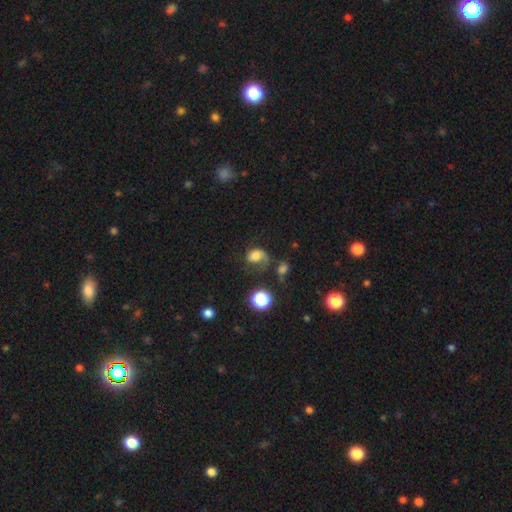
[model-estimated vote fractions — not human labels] A smooth galaxy with no disk features (51%) that is in between round and cigar-shaped (61%).

Vote fractions:
- Smooth or featured? smooth: 51% / featured or disk: 34% / star or artifact: 15%
- How rounded? in between: 61% / round: 38% / cigar-shaped: 1%
- Merging? major disturbance: 36% / none: 30% / minor disturbance: 21% / merger: 13%